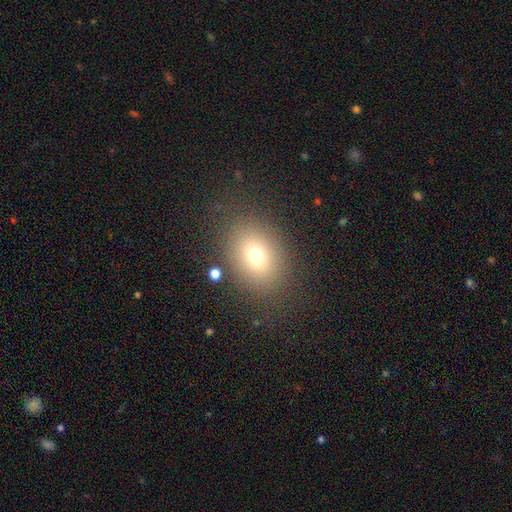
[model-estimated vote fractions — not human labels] Smooth or featured: smooth — 72% (star or artifact — 16%)
How rounded: in between — 55% (round — 44%)
Merging: none — 81% (minor disturbance — 10%)